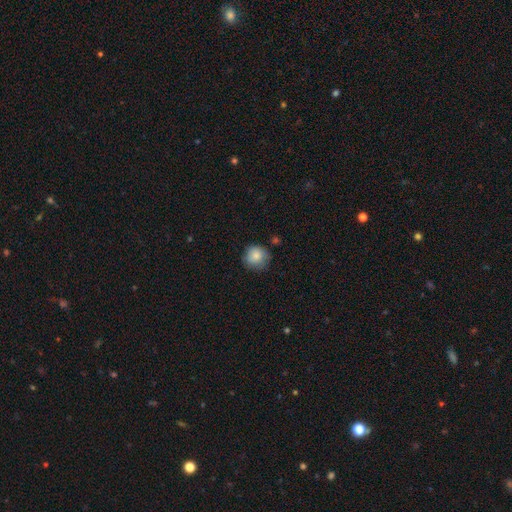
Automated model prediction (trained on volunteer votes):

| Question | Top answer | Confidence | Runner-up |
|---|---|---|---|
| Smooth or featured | smooth | 82% | featured or disk (10%) |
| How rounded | round | 90% | in between (9%) |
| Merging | none | 73% | minor disturbance (21%) |